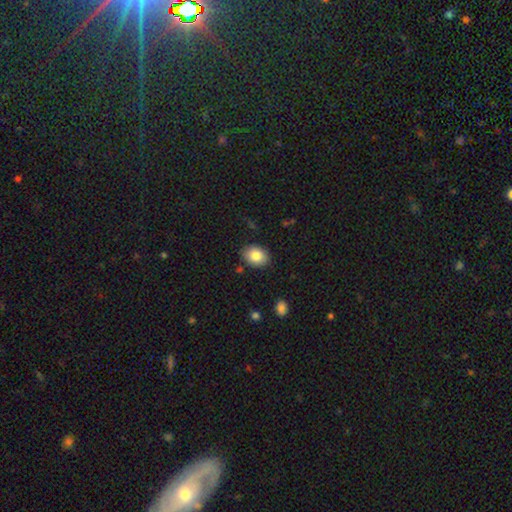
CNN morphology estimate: Smooth or featured?
  - smooth: 83% *
  - featured or disk: 9%
  - star or artifact: 8%
How rounded?
  - in between: 68% *
  - round: 31%
  - cigar-shaped: 1%
Merging?
  - none: 87% *
  - minor disturbance: 10%
  - major disturbance: 2%
  - merger: 2%